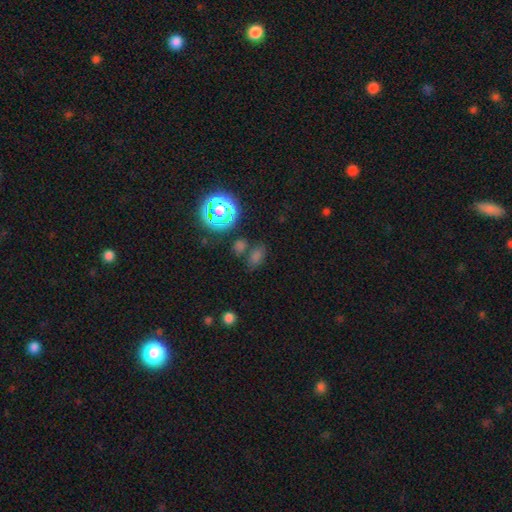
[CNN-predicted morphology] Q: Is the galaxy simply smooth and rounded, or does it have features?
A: smooth — 63%.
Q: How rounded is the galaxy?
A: in between — 67%.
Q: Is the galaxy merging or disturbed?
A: none — 67%.